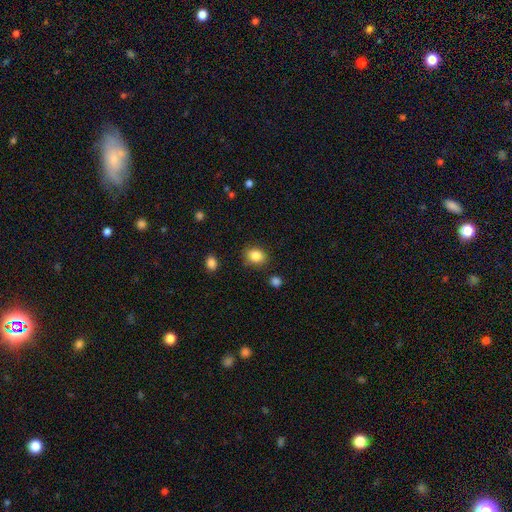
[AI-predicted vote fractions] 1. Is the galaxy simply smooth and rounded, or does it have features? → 86% smooth, 9% star or artifact, 5% featured or disk.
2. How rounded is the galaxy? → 52% round, 47% in between, 1% cigar-shaped.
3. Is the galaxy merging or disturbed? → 82% none, 13% minor disturbance, 3% major disturbance, 2% merger.